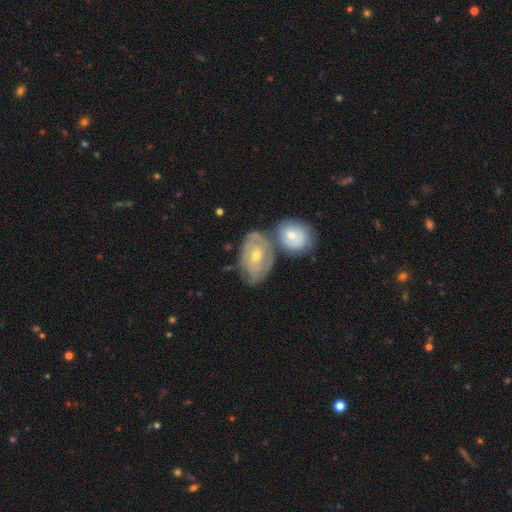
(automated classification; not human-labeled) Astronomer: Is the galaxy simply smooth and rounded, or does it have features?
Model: featured or disk — 67%.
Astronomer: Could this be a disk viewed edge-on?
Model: no — 94%.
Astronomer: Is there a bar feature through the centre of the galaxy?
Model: no — 69%.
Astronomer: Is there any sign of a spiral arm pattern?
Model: yes — 72%.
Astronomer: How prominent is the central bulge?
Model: moderate — 51% (runner-up: small, 45%).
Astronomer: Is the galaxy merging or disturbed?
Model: none — 48% (runner-up: merger, 31%).